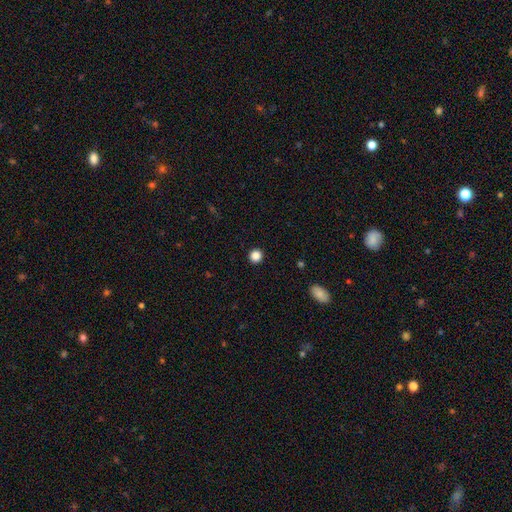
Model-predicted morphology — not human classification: Smooth or featured?
  - smooth: 86% *
  - star or artifact: 11%
  - featured or disk: 3%
How rounded?
  - round: 94% *
  - in between: 5%
  - cigar-shaped: 1%
Merging?
  - none: 93% *
  - minor disturbance: 4%
  - major disturbance: 2%
  - merger: 1%